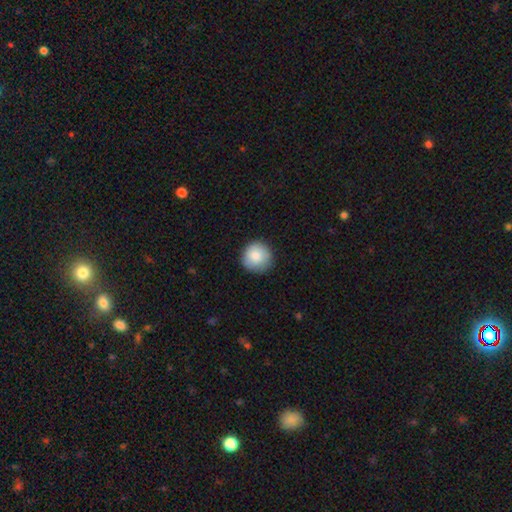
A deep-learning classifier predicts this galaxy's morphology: smooth 86%, featured or disk 7%, star or artifact 7%. Down the decision tree: how rounded — round (93%); merging — none (86%).